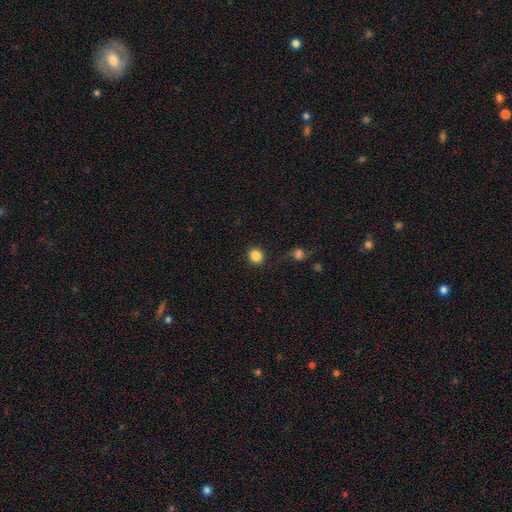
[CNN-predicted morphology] smooth 86%, star or artifact 9%, featured or disk 4%. Down the decision tree: how rounded — round (84%); merging — none (85%).